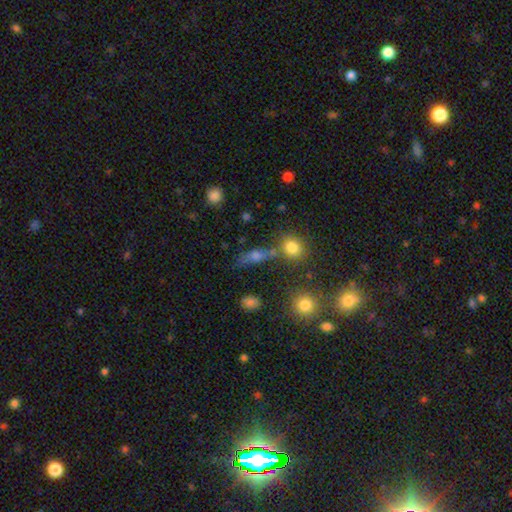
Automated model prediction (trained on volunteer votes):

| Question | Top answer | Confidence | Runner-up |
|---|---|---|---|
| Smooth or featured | smooth | 60% | featured or disk (23%) |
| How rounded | in between | 47% | cigar-shaped (27%) |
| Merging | none | 56% | merger (19%) |